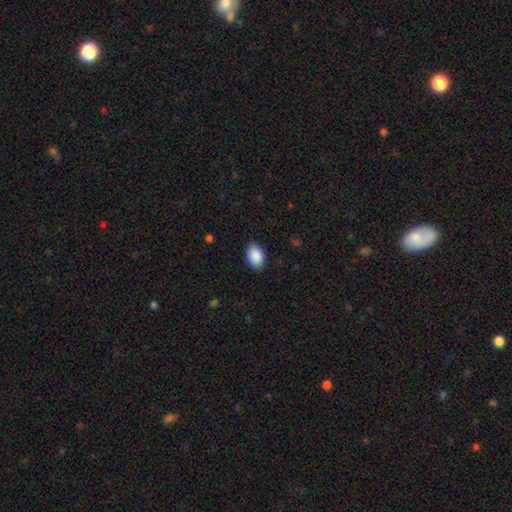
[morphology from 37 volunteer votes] Overall: smooth (97%). How rounded: in between (100%). Merging: none (89%).